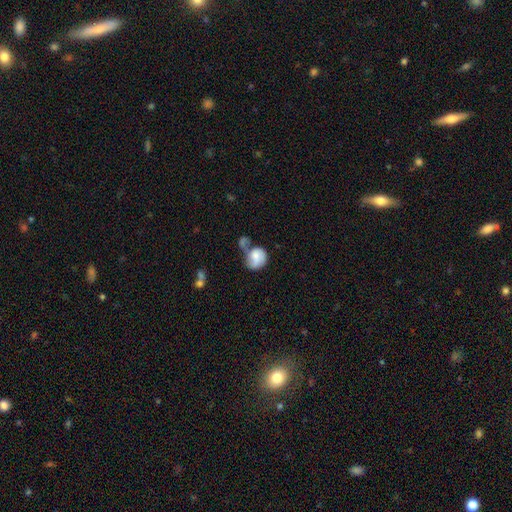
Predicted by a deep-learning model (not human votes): This is possibly a smooth galaxy (51%). How rounded: possibly round (59%). Merging: marginally merger (35%).